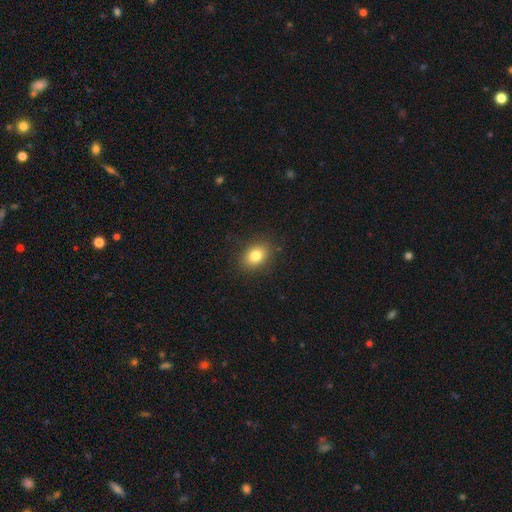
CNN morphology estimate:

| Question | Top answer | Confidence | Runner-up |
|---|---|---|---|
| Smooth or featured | smooth | 82% | star or artifact (10%) |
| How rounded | in between | 70% | round (29%) |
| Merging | none | 86% | minor disturbance (10%) |